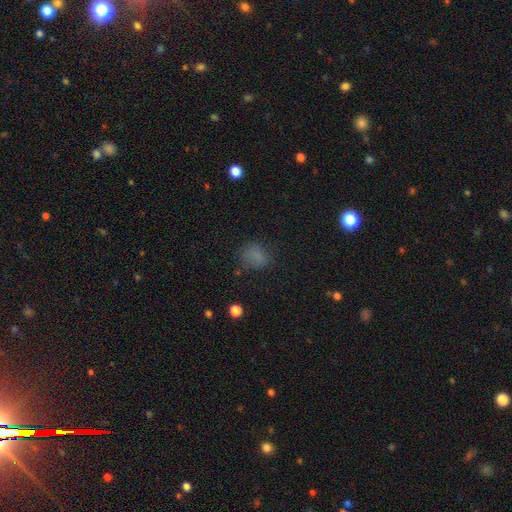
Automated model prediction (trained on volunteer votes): Smooth or featured? Predicted: smooth (p=0.73). How rounded? Predicted: round (p=0.51). Merging? Predicted: none (p=0.70).